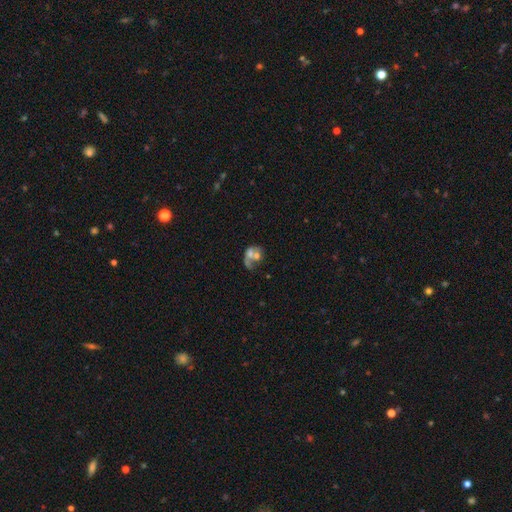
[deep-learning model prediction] A featured or disk galaxy (49%). Merging: merger (51%).